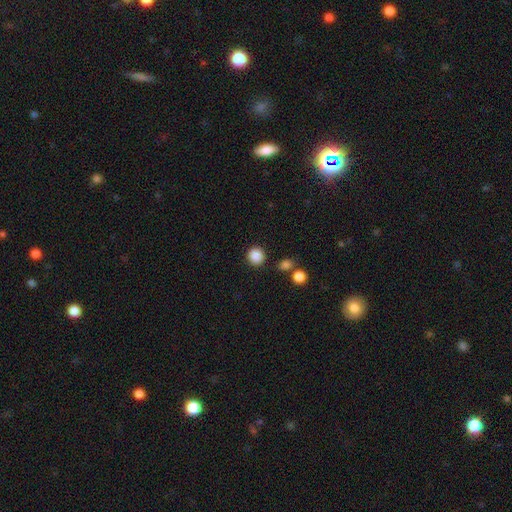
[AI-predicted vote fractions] smooth_or_featured: smooth (p=0.87) [alt: star or artifact p=0.09]
how_rounded: round (p=0.90) [alt: in between p=0.09]
merging: none (p=0.86) [alt: minor disturbance p=0.07]